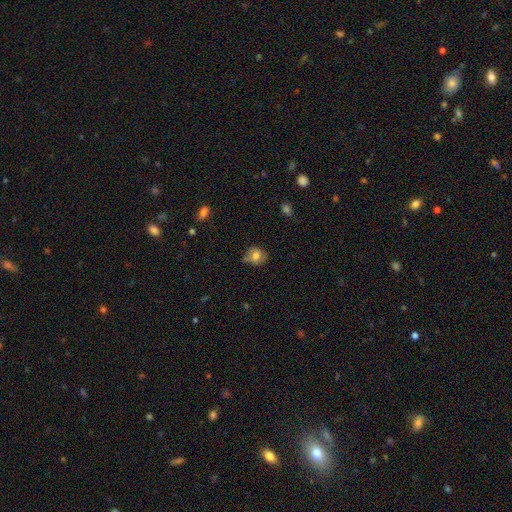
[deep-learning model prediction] Smooth or featured? Predicted: smooth (p=0.69). How rounded? Predicted: round (p=0.72). Merging? Predicted: none (p=0.66).